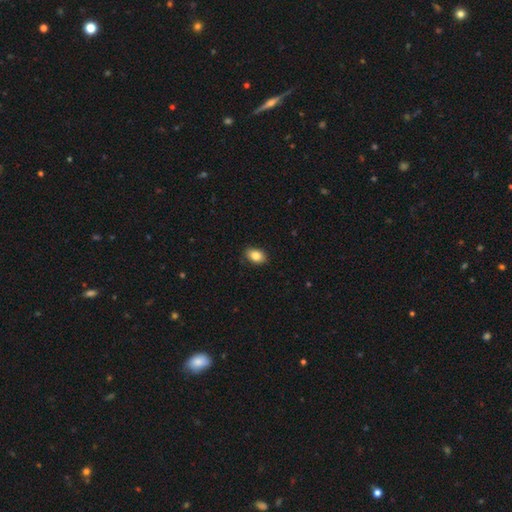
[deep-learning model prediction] Smooth or featured? Predicted: smooth (p=0.85). How rounded? Predicted: in between (p=0.82). Merging? Predicted: none (p=0.86).